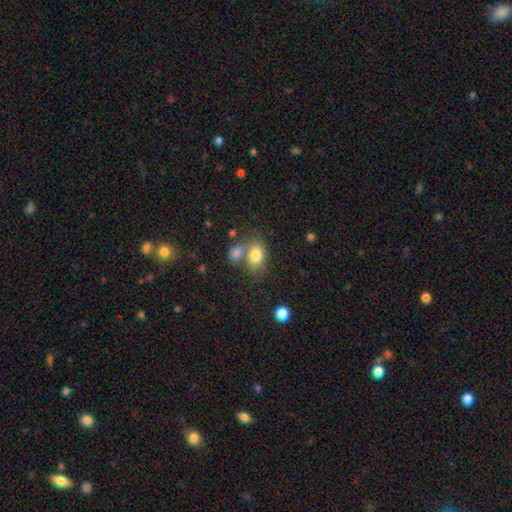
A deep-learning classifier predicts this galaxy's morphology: A smooth galaxy with no disk features (79%) that is in between round and cigar-shaped (74%). Merging: none (43%).